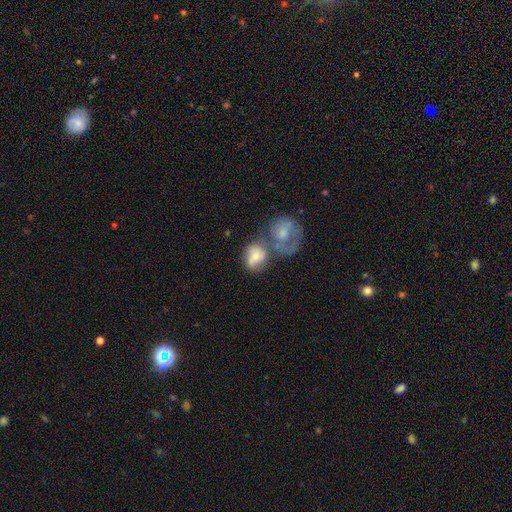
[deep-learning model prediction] Smooth or featured? Predicted: smooth (p=0.59). How rounded? Predicted: round (p=0.62). Merging? Predicted: merger (p=0.48).